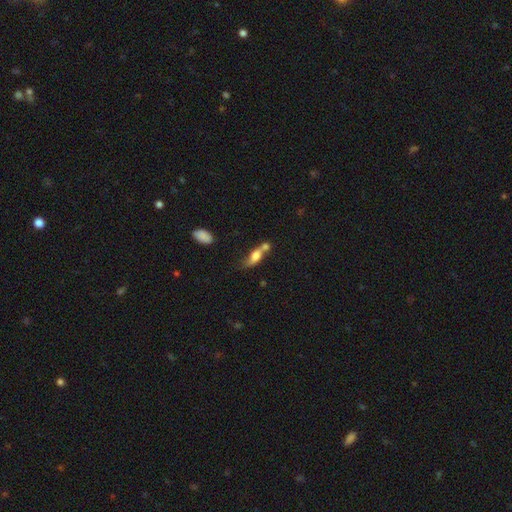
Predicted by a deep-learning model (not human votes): Smooth or featured? Predicted: smooth (p=0.69). How rounded? Predicted: in between (p=0.69). Merging? Predicted: merger (p=0.49).